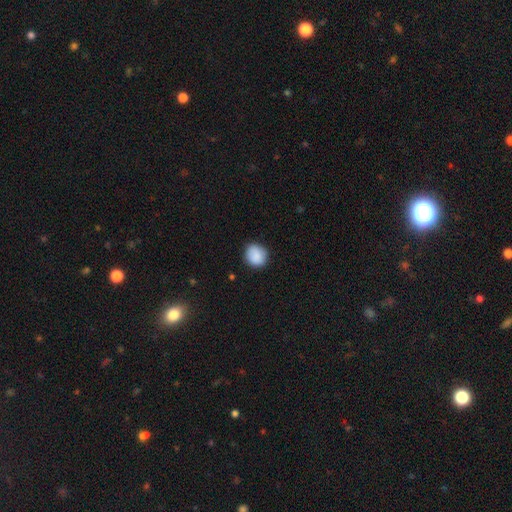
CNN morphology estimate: A smooth galaxy with no disk features (86%) that is round (83%). Merging: none (83%).